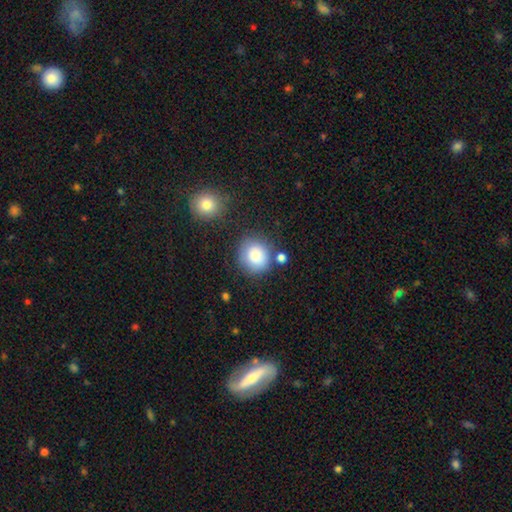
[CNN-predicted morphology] smooth 84%, star or artifact 8%, featured or disk 7%. Down the decision tree: how rounded — round (83%); merging — none (72%).